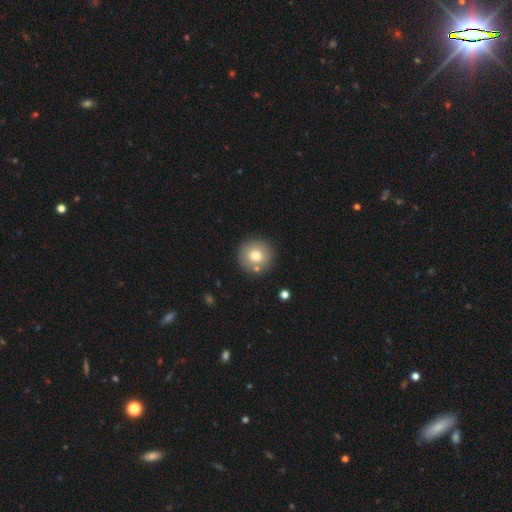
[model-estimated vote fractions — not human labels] Smooth or featured: smooth — 75% (featured or disk — 15%)
How rounded: round — 95% (in between — 4%)
Merging: none — 83% (minor disturbance — 8%)